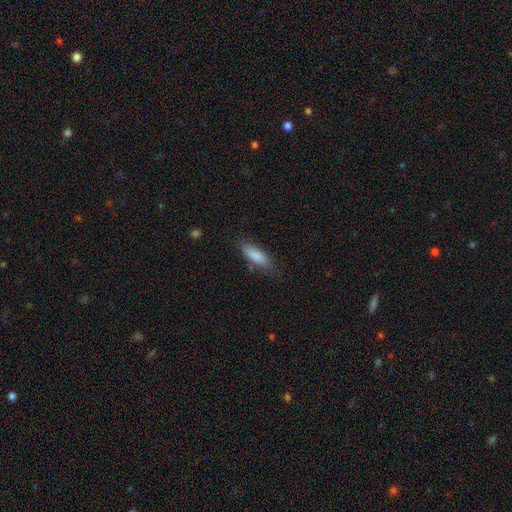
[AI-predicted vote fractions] A smooth galaxy with no disk features (85%) that is in between round and cigar-shaped (59%). Merging: none (76%).